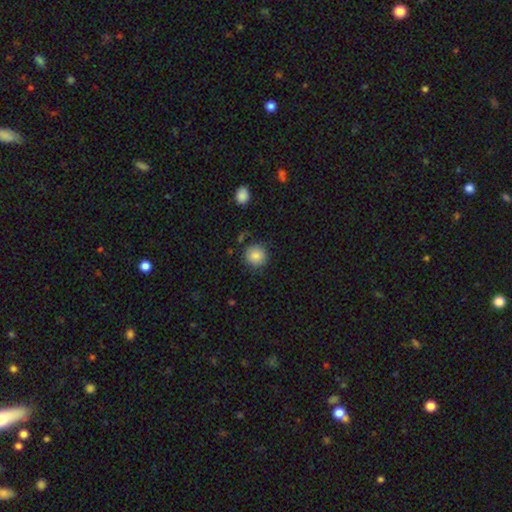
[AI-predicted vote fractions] Smooth or featured? Predicted: smooth (p=0.86). How rounded? Predicted: round (p=0.93). Merging? Predicted: none (p=0.85).